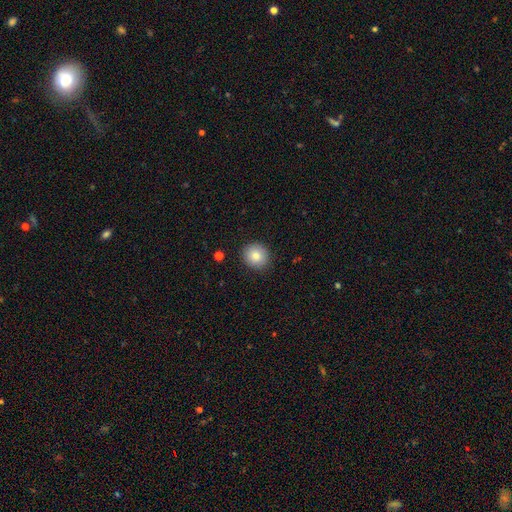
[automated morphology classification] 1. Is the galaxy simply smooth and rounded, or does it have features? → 81% smooth, 10% star or artifact, 10% featured or disk.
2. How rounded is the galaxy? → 88% round, 11% in between, 1% cigar-shaped.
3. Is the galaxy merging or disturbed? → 90% none, 7% minor disturbance, 2% major disturbance, 1% merger.